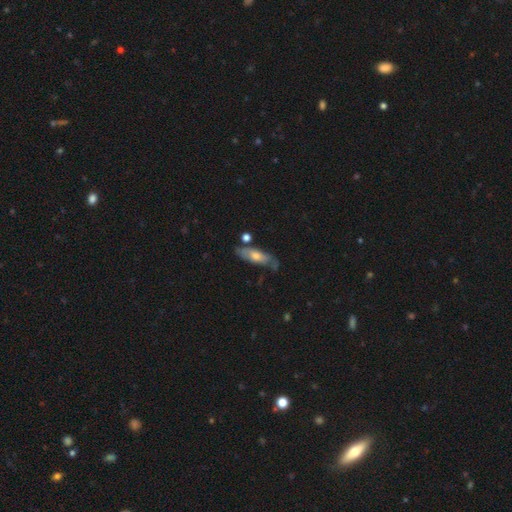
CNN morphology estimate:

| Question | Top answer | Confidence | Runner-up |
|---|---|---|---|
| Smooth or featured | featured or disk | 47% | smooth (46%) |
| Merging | none | 66% | minor disturbance (21%) |